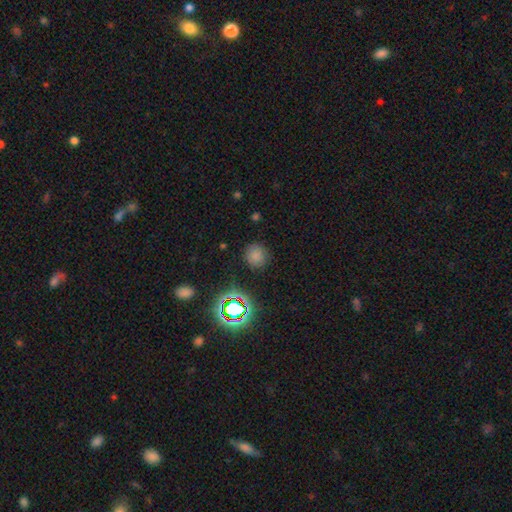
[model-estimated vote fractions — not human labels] smooth-or-featured: smooth: 72% | star or artifact: 22% | featured or disk: 6%
  how-rounded: round: 90% | in between: 9% | cigar-shaped: 1%
  merging: none: 85% | minor disturbance: 10% | major disturbance: 3% | merger: 2%